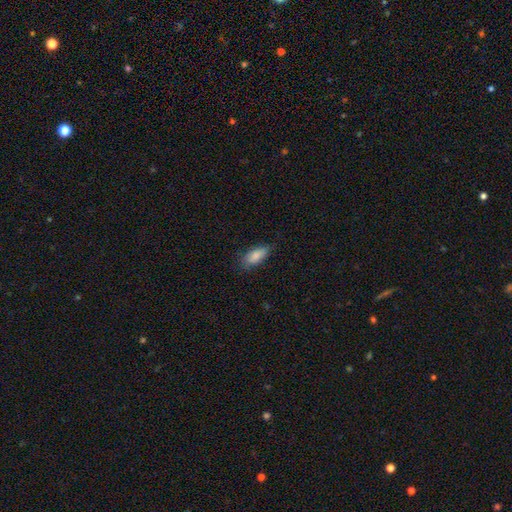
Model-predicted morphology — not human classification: The model was most divided on "merging": none: 75%, minor disturbance: 20%, major disturbance: 4%, merger: 1%. More confident: how rounded — in between (85%); smooth or featured — smooth (85%).